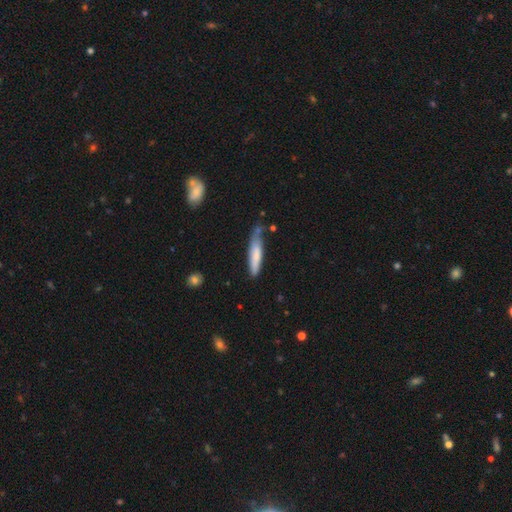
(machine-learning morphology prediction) smooth-or-featured: smooth: 74% | featured or disk: 20% | star or artifact: 6%
  how-rounded: cigar-shaped: 85% | in between: 14% | round: 1%
  merging: none: 57% | minor disturbance: 30% | major disturbance: 7% | merger: 6%